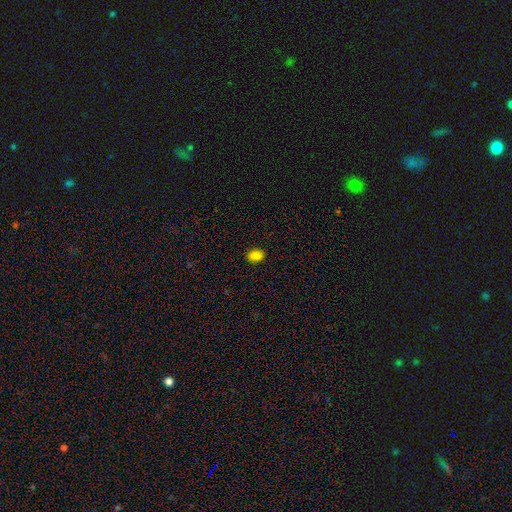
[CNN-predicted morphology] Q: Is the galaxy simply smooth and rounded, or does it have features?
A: smooth — 85%.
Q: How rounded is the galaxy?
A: in between — 75%.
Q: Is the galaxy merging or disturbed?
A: none — 88%.